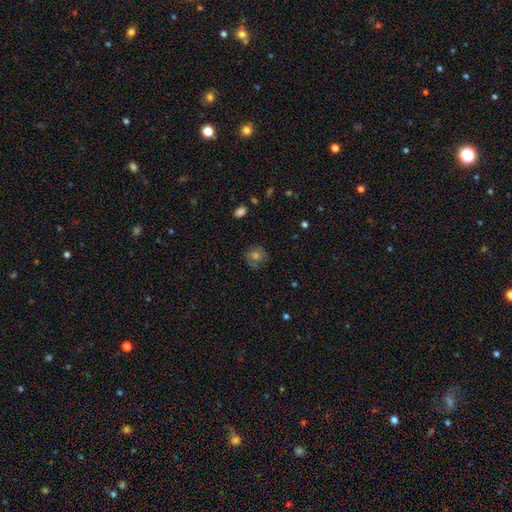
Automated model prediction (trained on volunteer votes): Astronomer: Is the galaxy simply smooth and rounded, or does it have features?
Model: smooth — 48% (runner-up: featured or disk, 33%).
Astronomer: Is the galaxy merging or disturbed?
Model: none — 78%.